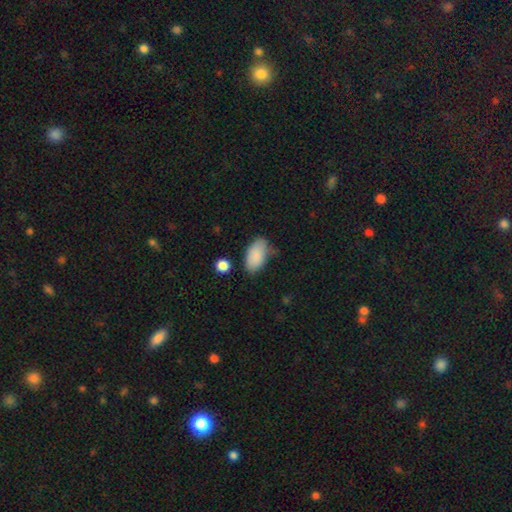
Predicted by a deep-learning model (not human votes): Morphology: type=smooth (87%); roundness=in between (94%); merging=none (62%).